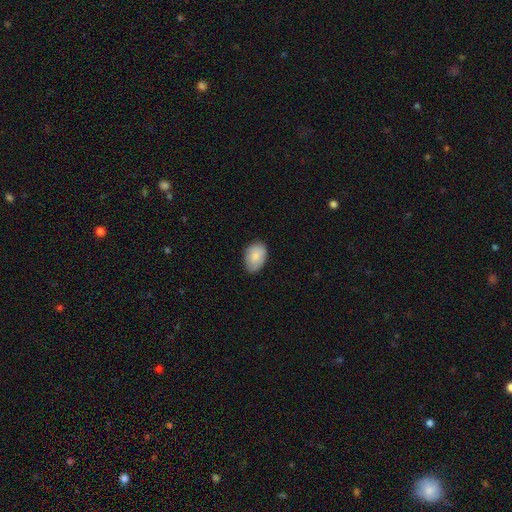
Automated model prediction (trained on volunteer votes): This appears to be a smooth galaxy with no disk features (84%) that is in between round and cigar-shaped (86%). Merging: none (79%).